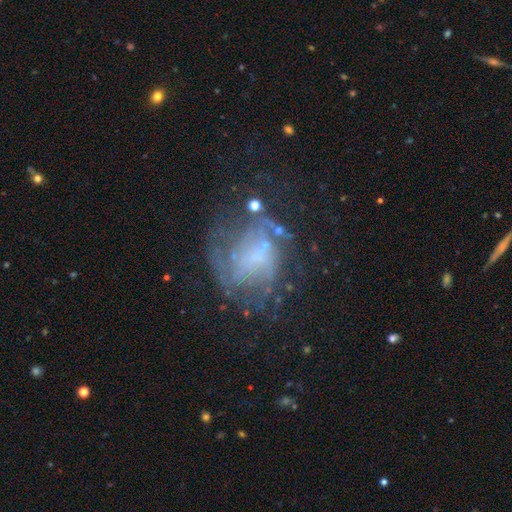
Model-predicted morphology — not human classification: type=featured or disk (64%); edge-on=no (97%); bar=no (66%); spiral arms=yes (57%); bulge=none (53%); merging=none (47%).